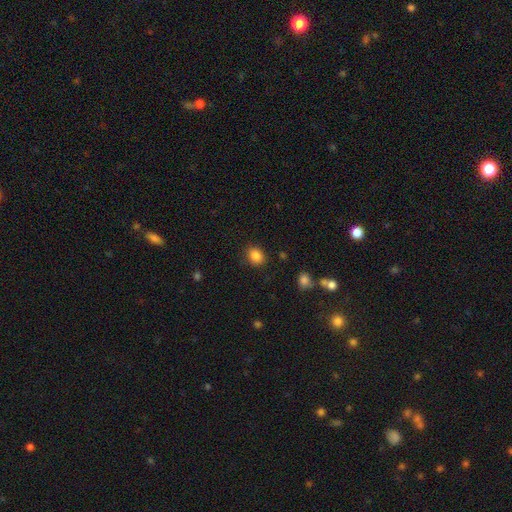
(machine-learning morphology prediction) smooth-or-featured: smooth: 86% | star or artifact: 10% | featured or disk: 4%
  how-rounded: in between: 53% | round: 46% | cigar-shaped: 1%
  merging: none: 85% | minor disturbance: 10% | major disturbance: 3% | merger: 2%